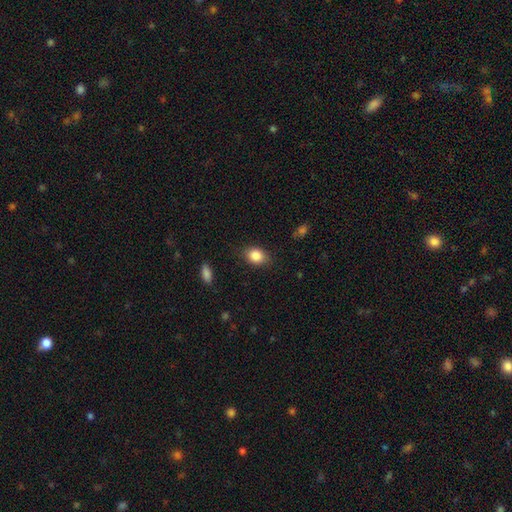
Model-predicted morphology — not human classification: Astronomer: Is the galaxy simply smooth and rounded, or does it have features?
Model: smooth — 85%.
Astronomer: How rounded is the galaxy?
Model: in between — 66%.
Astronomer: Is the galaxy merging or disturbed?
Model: none — 83%.